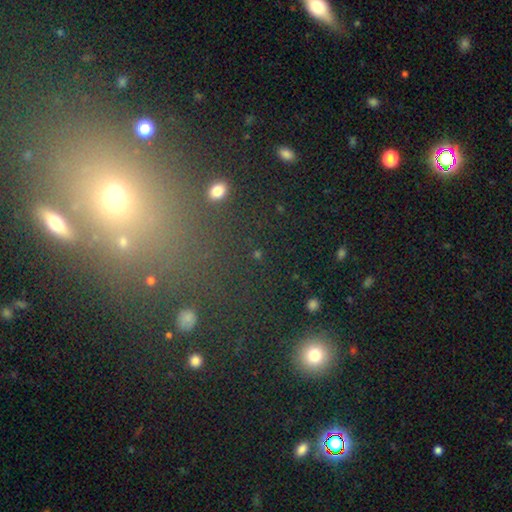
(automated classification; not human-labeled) Overall: smooth (49%; star or artifact 39%). Merging: none (84%).